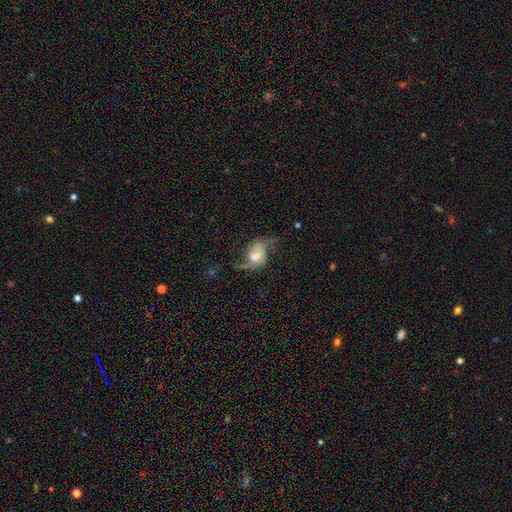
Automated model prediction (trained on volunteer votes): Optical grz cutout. It shows a featured or disk galaxy (67%) with no bar (53%), 2 (88%) loose (80%) spiral arms (85%) and a moderate central bulge (44%). Merging: none (45%).